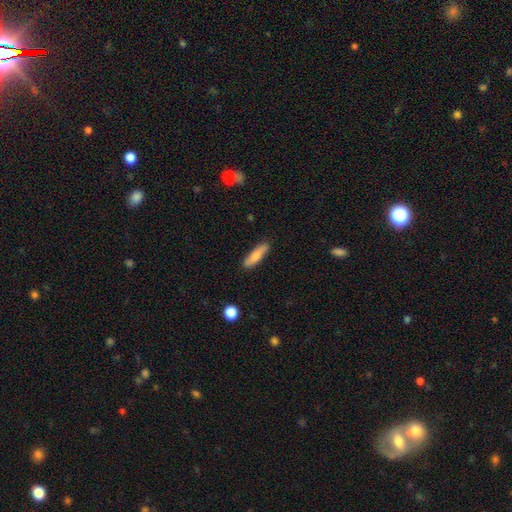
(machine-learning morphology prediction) Smooth or featured?
  - smooth: 73% *
  - featured or disk: 20%
  - star or artifact: 6%
How rounded?
  - cigar-shaped: 71% *
  - in between: 27%
  - round: 2%
Merging?
  - none: 86% *
  - minor disturbance: 11%
  - major disturbance: 2%
  - merger: 1%